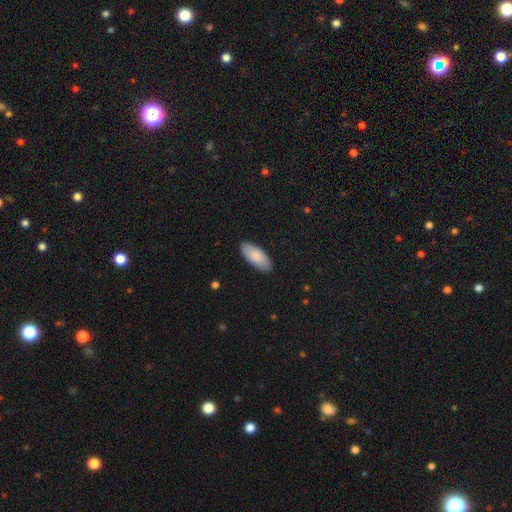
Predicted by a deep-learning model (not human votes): This is clearly a smooth galaxy (88%). How rounded: clearly in between (87%). Merging: clearly none (88%).